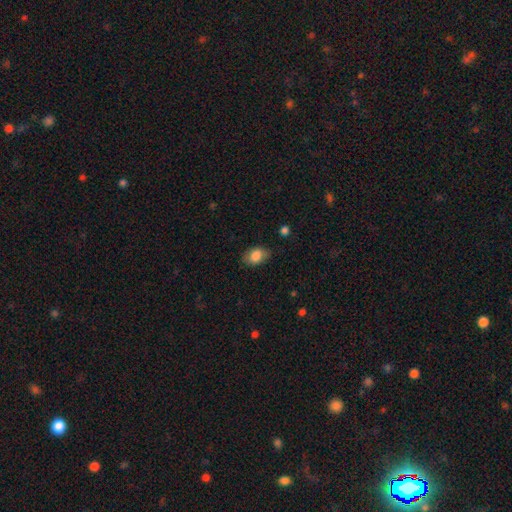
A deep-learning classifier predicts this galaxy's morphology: Smooth or featured: smooth — 82% (featured or disk — 11%)
How rounded: in between — 85% (round — 13%)
Merging: none — 78% (minor disturbance — 16%)